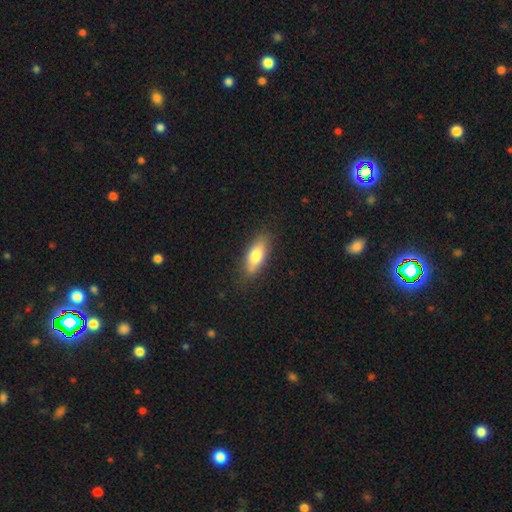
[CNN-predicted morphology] This is likely a smooth galaxy (76%). How rounded: likely in between (72%). Merging: clearly none (81%).